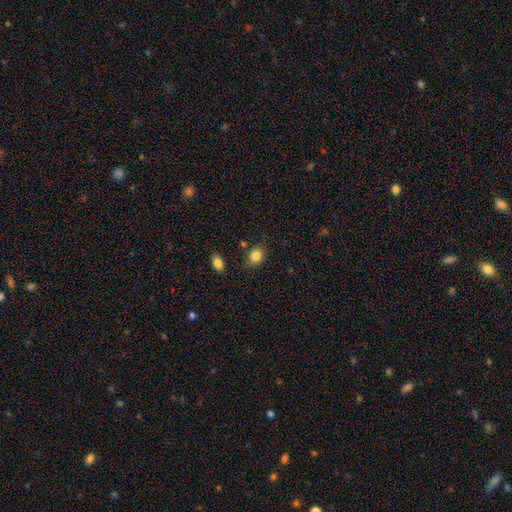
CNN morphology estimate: smooth 85%, star or artifact 10%, featured or disk 5%. Down the decision tree: how rounded — in between (50%); merging — none (77%).